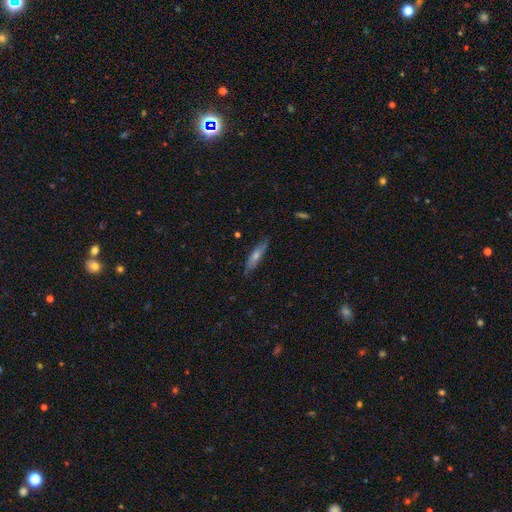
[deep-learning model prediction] Smooth or featured: featured or disk — 48% (smooth — 43%)
Merging: none — 83% (minor disturbance — 13%)